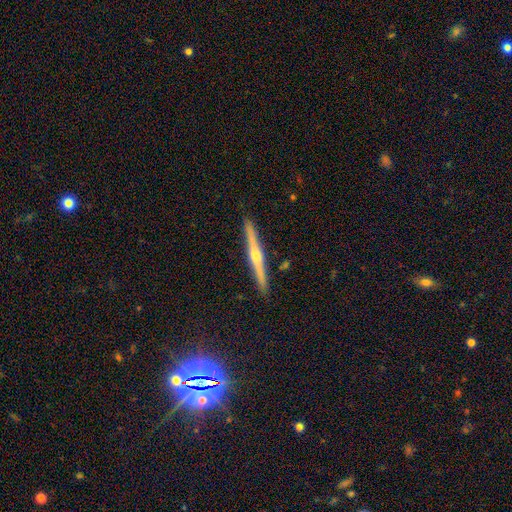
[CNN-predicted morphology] The model was most divided on "smooth or featured": featured or disk: 75%, smooth: 18%, star or artifact: 7%. More confident: edge-on disk — yes (98%); merging — none (92%); edge-on bulge — rounded (88%).